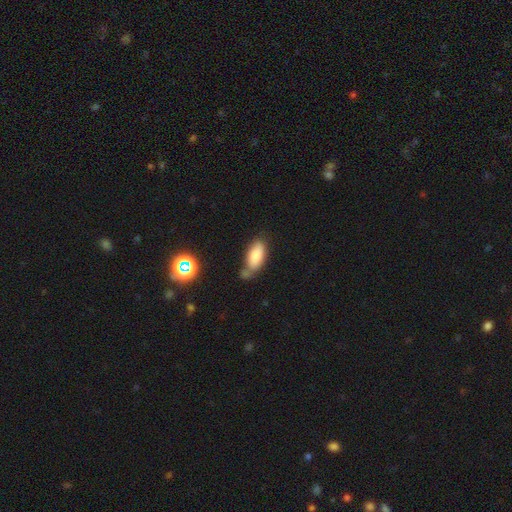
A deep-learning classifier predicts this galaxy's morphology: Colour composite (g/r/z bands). It shows a smooth galaxy with no disk features (82%) that is in between round and cigar-shaped (86%). Merging: none (49%).